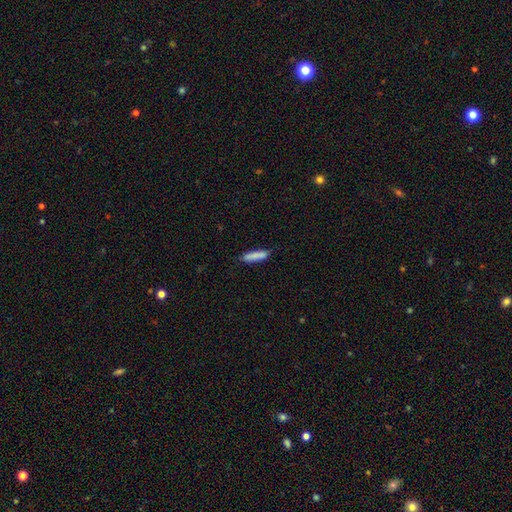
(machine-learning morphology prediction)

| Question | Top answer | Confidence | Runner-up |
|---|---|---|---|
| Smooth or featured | smooth | 85% | featured or disk (8%) |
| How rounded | cigar-shaped | 79% | in between (20%) |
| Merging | none | 82% | minor disturbance (14%) |